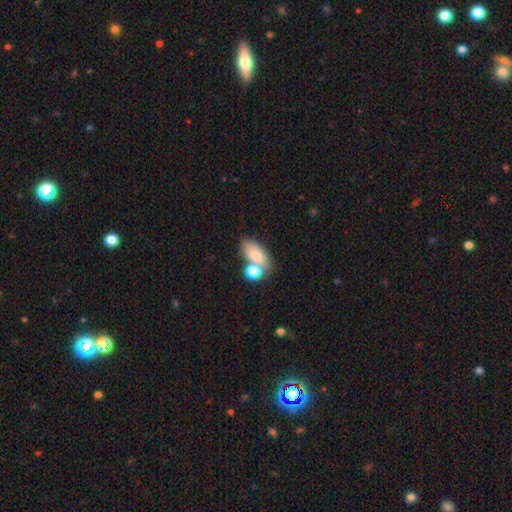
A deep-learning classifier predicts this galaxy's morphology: This appears to be a smooth galaxy with no disk features (79%) that is in between round and cigar-shaped (86%). Merging: none (47%).